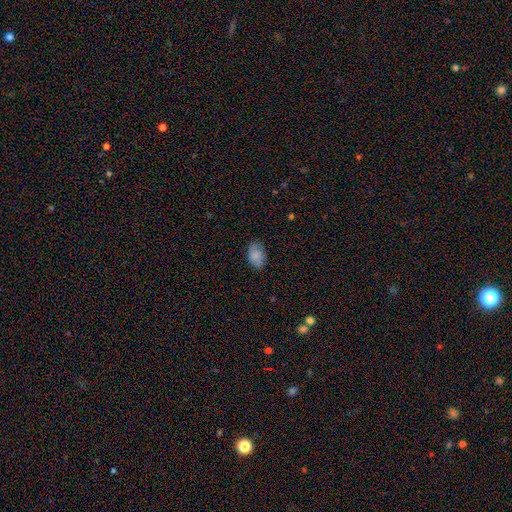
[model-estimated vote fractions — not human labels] This appears to be a smooth galaxy with no disk features (81%) that is in between round and cigar-shaped (89%). Merging: none (73%).